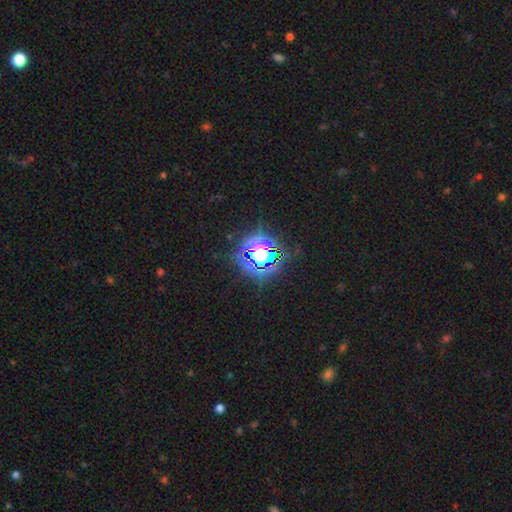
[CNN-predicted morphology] Smooth or featured? Predicted: star or artifact (p=0.72).